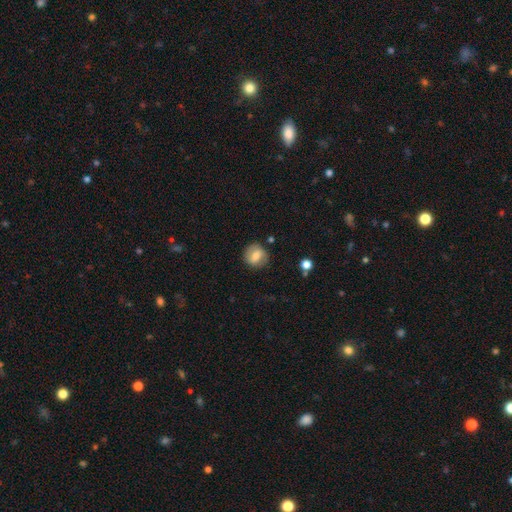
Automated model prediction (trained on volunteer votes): Smooth or featured: smooth — 72% (featured or disk — 20%)
How rounded: round — 82% (in between — 17%)
Merging: none — 81% (minor disturbance — 13%)